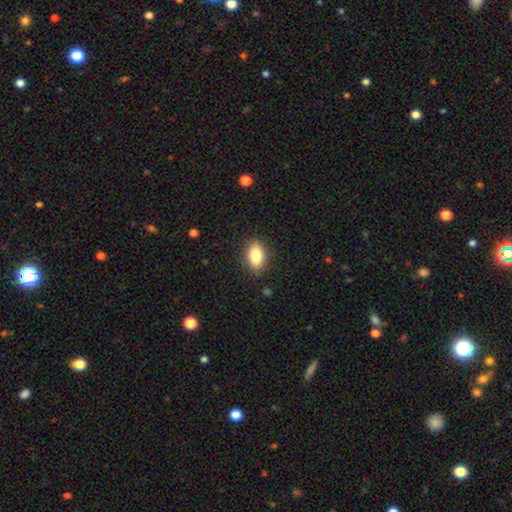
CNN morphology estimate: Smooth or featured? smooth (82%)
How rounded? in between (86%)
Merging? none (86%)